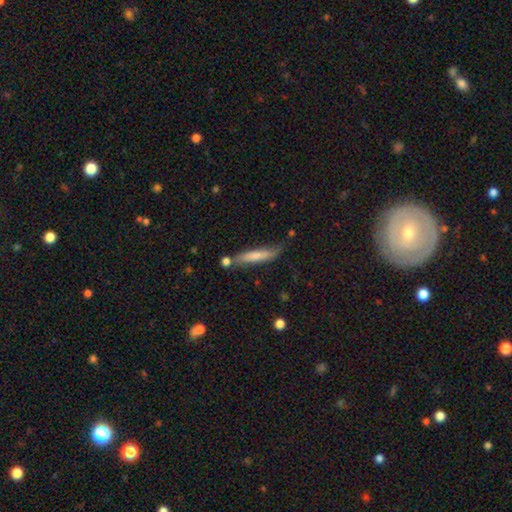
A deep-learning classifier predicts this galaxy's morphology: This appears to be a smooth galaxy with no disk features (67%) that is cigar-shaped (88%). Merging: none (66%).